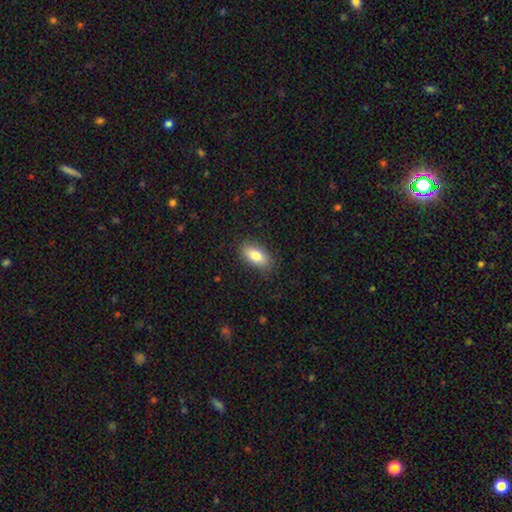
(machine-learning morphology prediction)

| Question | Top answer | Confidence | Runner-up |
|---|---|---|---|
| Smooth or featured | smooth | 79% | featured or disk (13%) |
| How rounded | in between | 89% | round (6%) |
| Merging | none | 86% | minor disturbance (11%) |